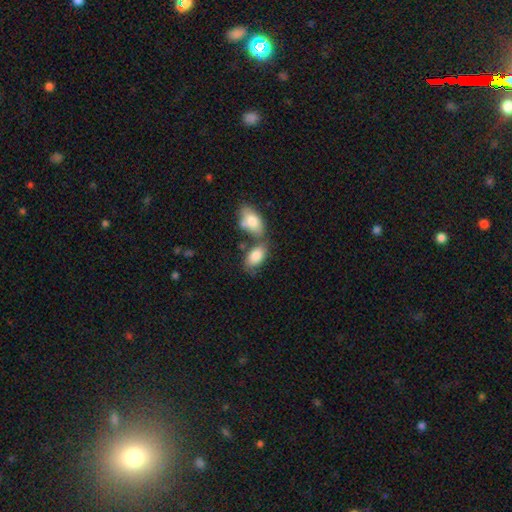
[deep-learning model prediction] smooth 83%, featured or disk 10%, star or artifact 6%. Down the decision tree: how rounded — in between (93%); merging — none (45%).